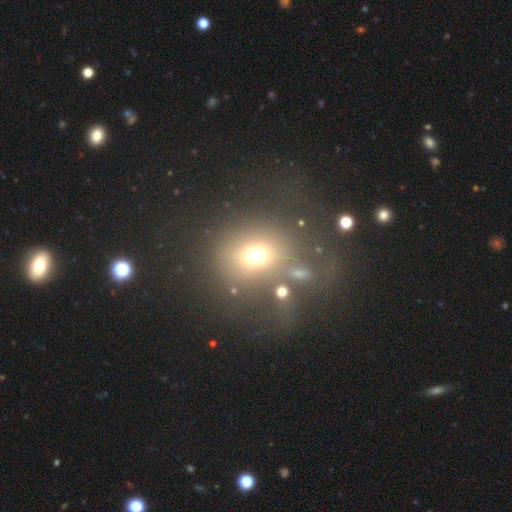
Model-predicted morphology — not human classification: type=smooth (66%); roundness=round (73%); merging=none (60%).